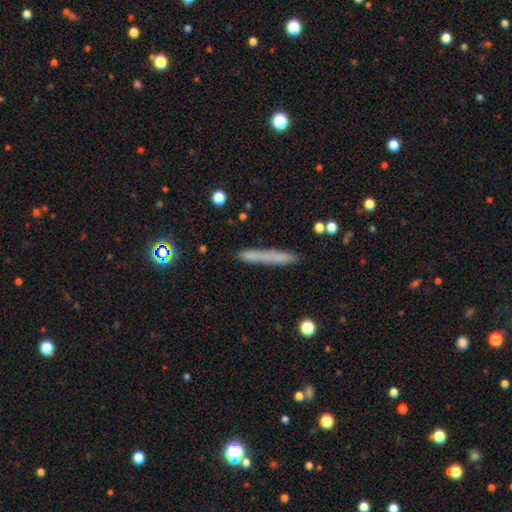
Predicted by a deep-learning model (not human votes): A smooth galaxy with no disk features (69%) that is cigar-shaped (95%). Merging: none (77%).